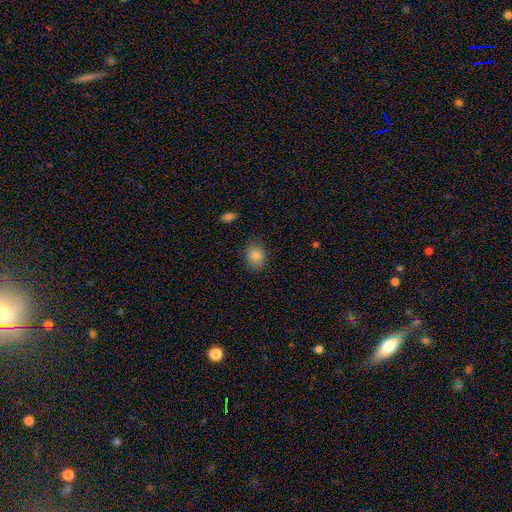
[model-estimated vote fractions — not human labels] Smooth or featured? Predicted: smooth (p=0.85). How rounded? Predicted: round (p=0.59). Merging? Predicted: none (p=0.82).